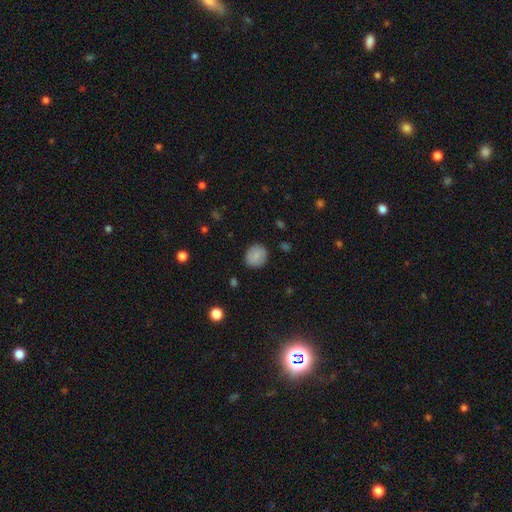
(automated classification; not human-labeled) A smooth galaxy with no disk features (84%) that is round (76%).

Vote fractions:
- Smooth or featured? smooth: 84% / star or artifact: 8% / featured or disk: 8%
- How rounded? round: 76% / in between: 23% / cigar-shaped: 1%
- Merging? none: 86% / minor disturbance: 10% / major disturbance: 3% / merger: 1%